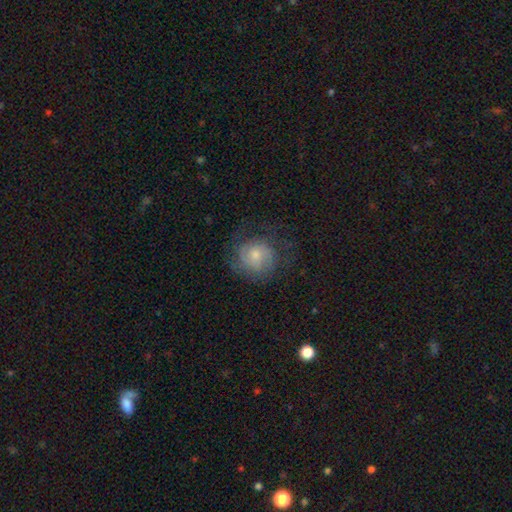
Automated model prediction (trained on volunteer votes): Q: Smooth or featured?
A: smooth (47%); runner-up: featured or disk (44%)
Q: Merging?
A: none (64%); runner-up: minor disturbance (20%)